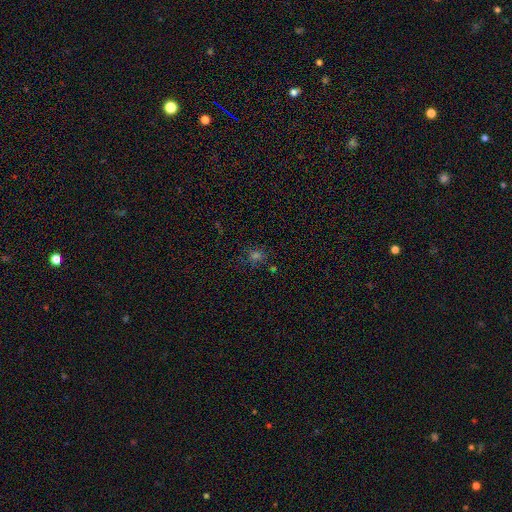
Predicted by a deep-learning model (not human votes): This is possibly a smooth galaxy (53%). How rounded: likely round (74%). Merging: likely none (77%).